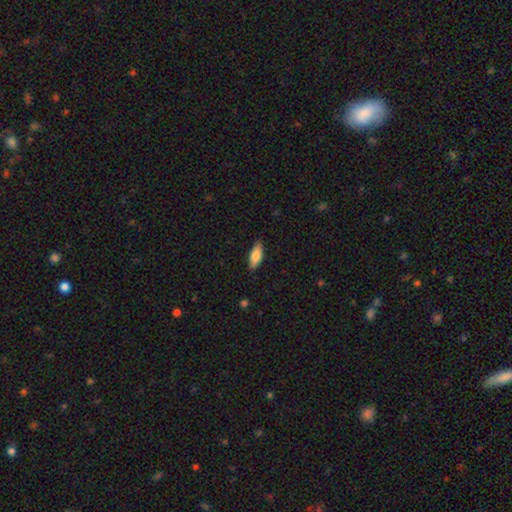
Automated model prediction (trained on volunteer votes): A smooth galaxy with no disk features (82%) that is in between round and cigar-shaped (76%). Merging: none (86%).